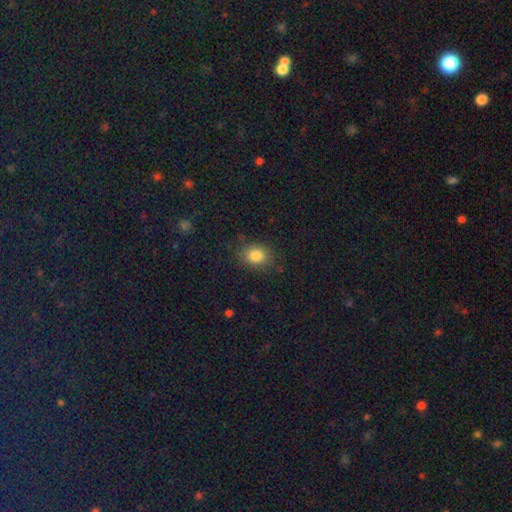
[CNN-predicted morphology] This is clearly a smooth galaxy (83%). How rounded: possibly round (52%). Merging: clearly none (83%).